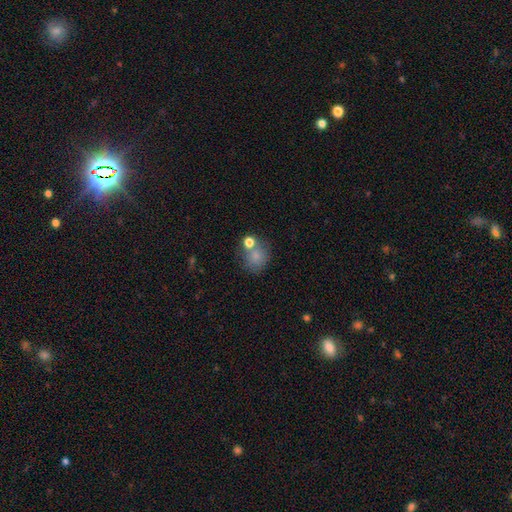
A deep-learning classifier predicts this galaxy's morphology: This is likely a smooth galaxy (78%). How rounded: likely round (73%). Merging: possibly none (52%).